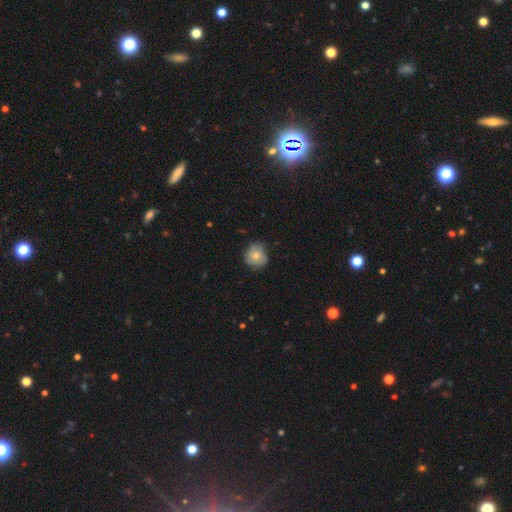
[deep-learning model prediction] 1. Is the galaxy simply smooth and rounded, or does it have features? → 58% smooth, 35% featured or disk, 8% star or artifact.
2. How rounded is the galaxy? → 84% round, 15% in between, 1% cigar-shaped.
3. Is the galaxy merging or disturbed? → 69% none, 24% minor disturbance, 6% major disturbance, 1% merger.